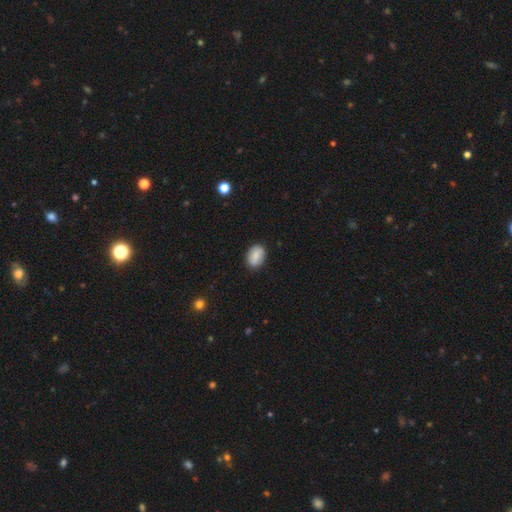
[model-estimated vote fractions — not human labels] smooth-or-featured: smooth: 82% | featured or disk: 10% | star or artifact: 7%
  how-rounded: in between: 75% | round: 24% | cigar-shaped: 1%
  merging: none: 86% | minor disturbance: 11% | major disturbance: 2% | merger: 1%